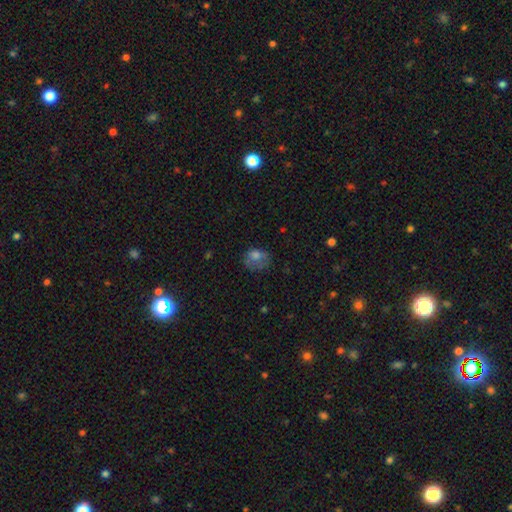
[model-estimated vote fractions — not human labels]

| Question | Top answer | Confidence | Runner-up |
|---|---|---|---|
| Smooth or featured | smooth | 69% | featured or disk (20%) |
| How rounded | round | 52% | in between (47%) |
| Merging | none | 42% | minor disturbance (28%) |